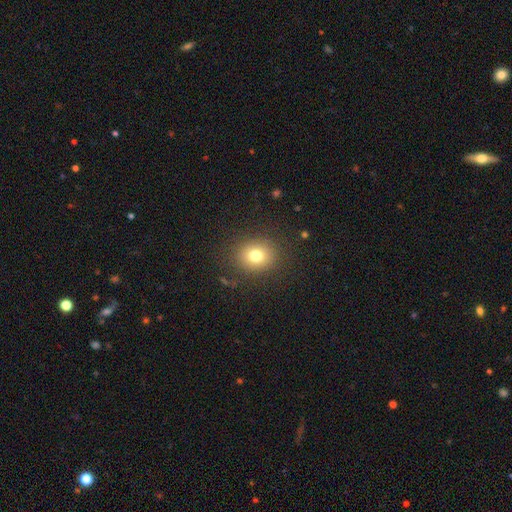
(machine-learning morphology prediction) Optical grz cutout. It shows a smooth galaxy with no disk features (76%) that is round (69%). Merging: none (87%).